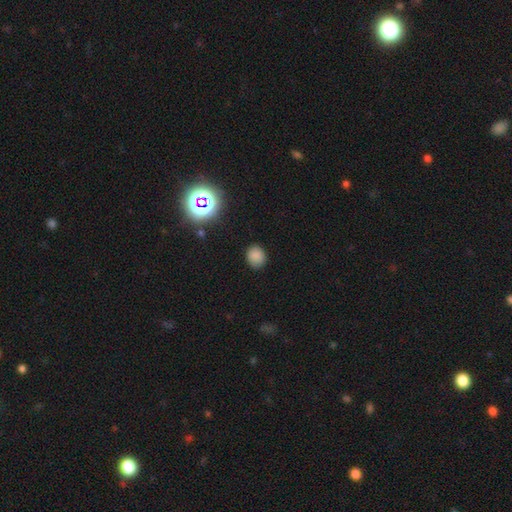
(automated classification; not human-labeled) Smooth or featured: smooth — 82% (star or artifact — 14%)
How rounded: round — 69% (in between — 30%)
Merging: none — 86% (minor disturbance — 10%)